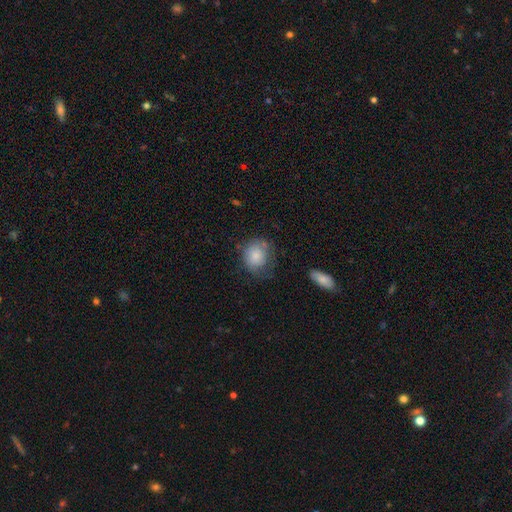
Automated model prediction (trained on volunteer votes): This is likely a smooth galaxy (77%). How rounded: likely round (76%). Merging: possibly none (57%).